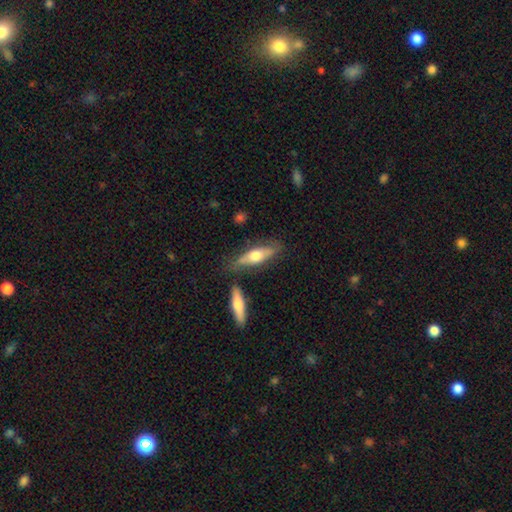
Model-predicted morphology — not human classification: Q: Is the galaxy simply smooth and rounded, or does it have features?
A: smooth — 52%.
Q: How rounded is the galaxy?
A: cigar-shaped — 54%.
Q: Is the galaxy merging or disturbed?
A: none — 68%.